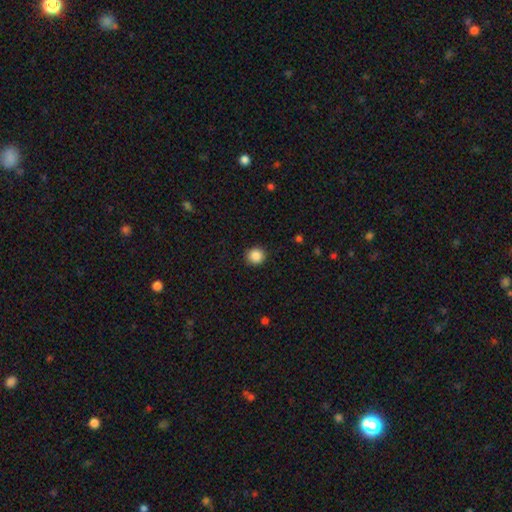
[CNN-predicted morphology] Smooth or featured? Predicted: smooth (p=0.87). How rounded? Predicted: round (p=0.92). Merging? Predicted: none (p=0.91).